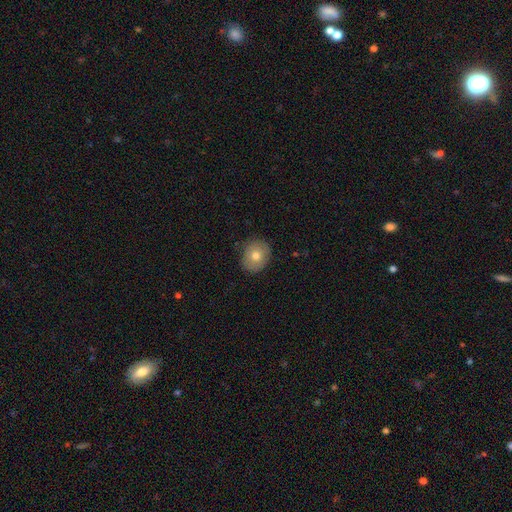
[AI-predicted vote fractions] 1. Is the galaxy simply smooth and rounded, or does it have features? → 73% smooth, 18% featured or disk, 9% star or artifact.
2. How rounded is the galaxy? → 66% round, 33% in between, 1% cigar-shaped.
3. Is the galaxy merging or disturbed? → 86% none, 11% minor disturbance, 2% major disturbance, 1% merger.